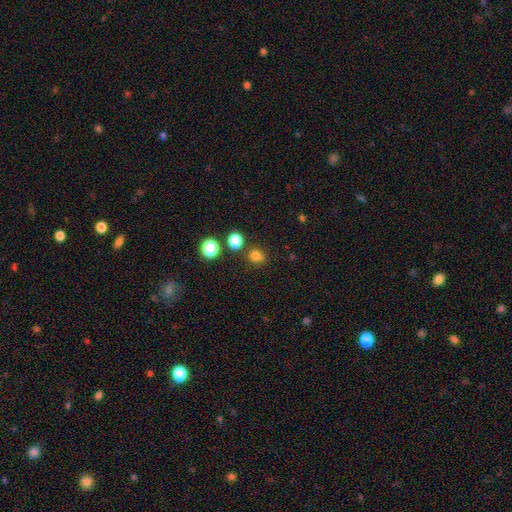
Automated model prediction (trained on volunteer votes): A smooth galaxy with no disk features (77%) that is round (86%). Merging: none (79%).